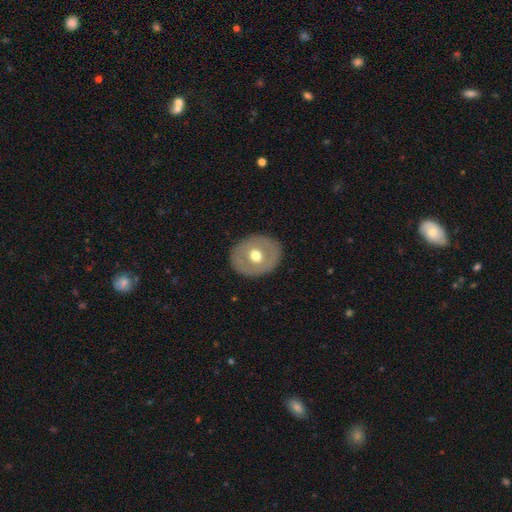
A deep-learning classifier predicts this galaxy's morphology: Overall: smooth (52%; featured or disk 42%). How rounded: round (65%; in between 34%). Merging: none (87%).